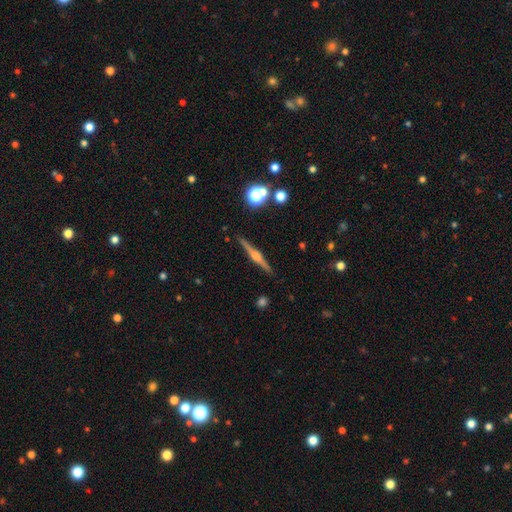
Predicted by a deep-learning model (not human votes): smooth-or-featured: featured or disk: 80% | smooth: 13% | star or artifact: 7%
  disk-edge-on: yes: 98% | no: 2%
    edge-on-bulge: rounded: 86% | boxy: 11% | none: 4%
  merging: none: 91% | minor disturbance: 6% | major disturbance: 1% | merger: 1%